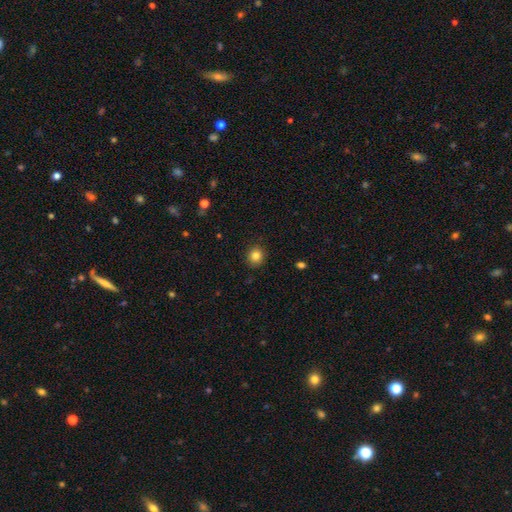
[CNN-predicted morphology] This appears to be a smooth galaxy with no disk features (83%) that is round (86%). Merging: none (90%).